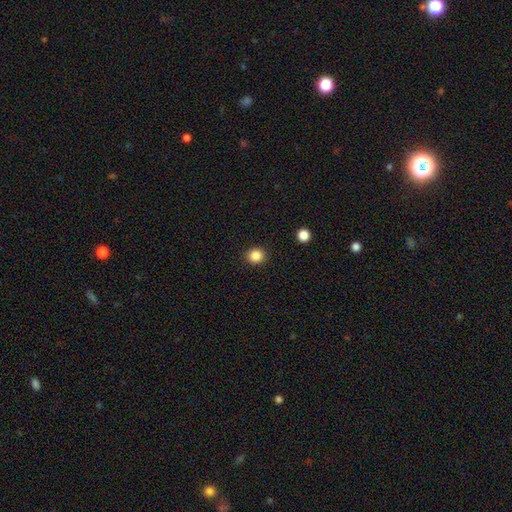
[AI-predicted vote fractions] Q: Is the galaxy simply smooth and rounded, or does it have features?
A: smooth — 86%.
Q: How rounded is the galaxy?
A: round — 82%.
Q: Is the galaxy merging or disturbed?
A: none — 91%.